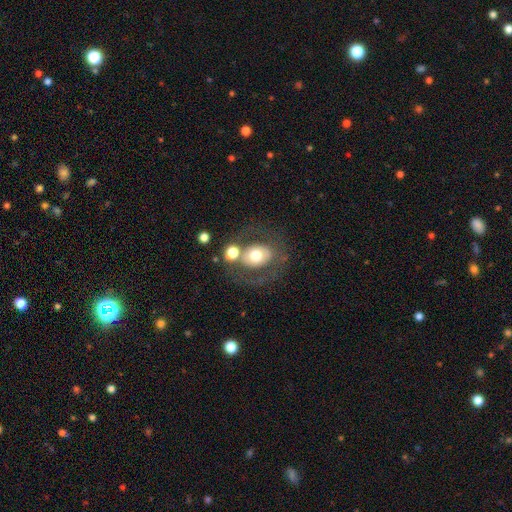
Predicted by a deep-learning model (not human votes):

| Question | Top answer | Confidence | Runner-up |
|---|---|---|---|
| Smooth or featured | smooth | 49% | featured or disk (42%) |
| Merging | none | 56% | merger (16%) |